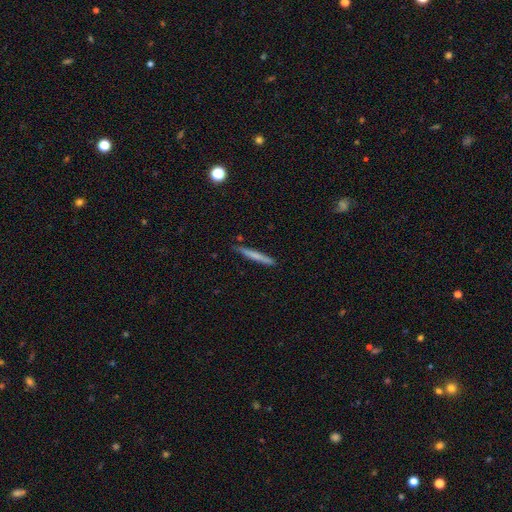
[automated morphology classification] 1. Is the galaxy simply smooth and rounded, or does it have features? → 65% smooth, 29% featured or disk, 6% star or artifact.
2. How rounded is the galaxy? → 96% cigar-shaped, 3% in between, 1% round.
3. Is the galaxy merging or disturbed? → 87% none, 10% minor disturbance, 2% major disturbance, 2% merger.